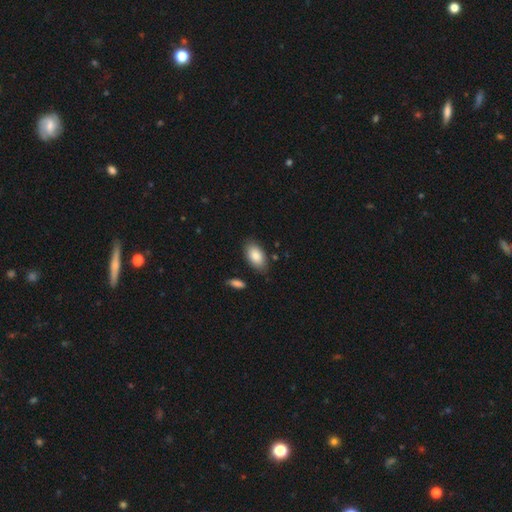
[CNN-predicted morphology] Q: Smooth or featured?
A: smooth (86%); runner-up: featured or disk (8%)
Q: How rounded?
A: in between (94%); runner-up: round (3%)
Q: Merging?
A: none (82%); runner-up: minor disturbance (12%)